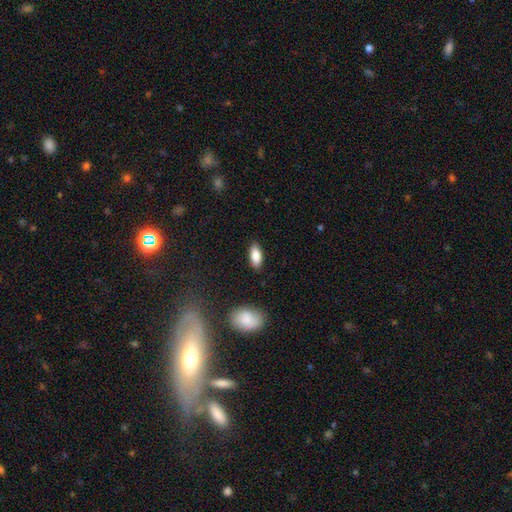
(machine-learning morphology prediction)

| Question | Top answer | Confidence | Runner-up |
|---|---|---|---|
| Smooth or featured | smooth | 85% | featured or disk (8%) |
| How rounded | in between | 85% | cigar-shaped (13%) |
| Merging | none | 87% | minor disturbance (9%) |